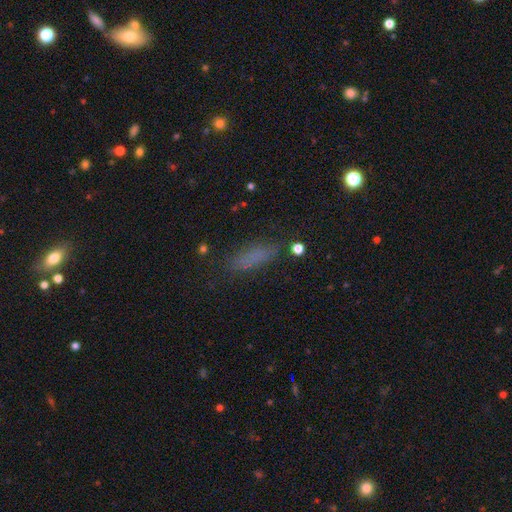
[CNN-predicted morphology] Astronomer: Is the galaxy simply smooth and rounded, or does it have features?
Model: smooth — 73%.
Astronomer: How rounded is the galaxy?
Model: cigar-shaped — 59% (runner-up: in between, 38%).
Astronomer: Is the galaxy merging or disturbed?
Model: none — 77%.